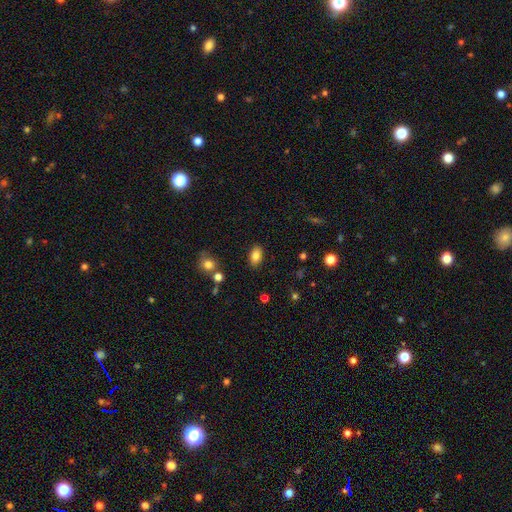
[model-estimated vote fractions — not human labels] smooth 83%, star or artifact 9%, featured or disk 7%. Down the decision tree: how rounded — in between (89%); merging — none (86%).